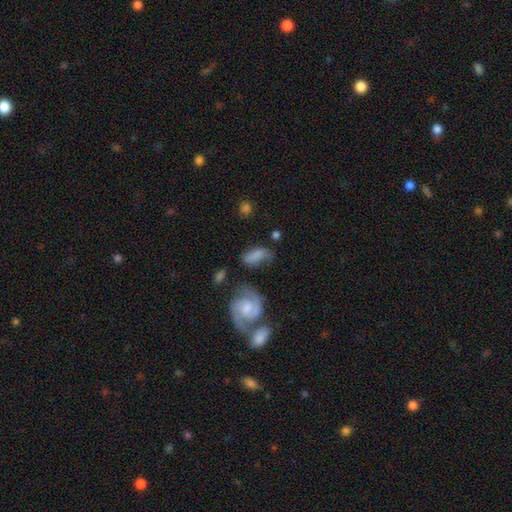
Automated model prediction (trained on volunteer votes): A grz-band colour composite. It shows a smooth galaxy with no disk features (60%) that is in between round and cigar-shaped (85%). Merging: none (44%).